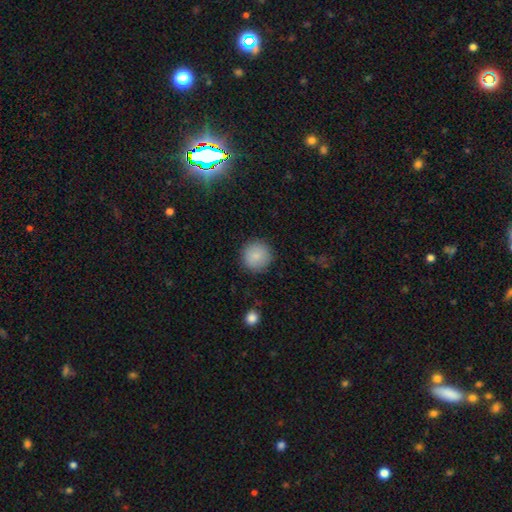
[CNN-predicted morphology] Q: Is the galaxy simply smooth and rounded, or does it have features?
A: smooth — 87%.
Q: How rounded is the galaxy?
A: round — 94%.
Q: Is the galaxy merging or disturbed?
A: none — 89%.